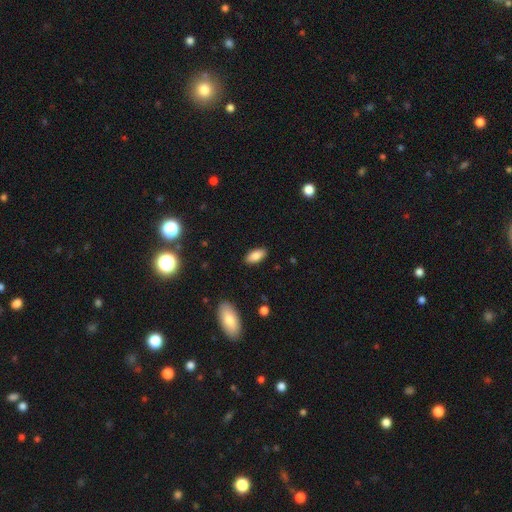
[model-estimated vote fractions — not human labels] The model was most divided on "smooth or featured": smooth: 85%, featured or disk: 8%, star or artifact: 7%. More confident: how rounded — in between (90%); merging — none (88%).